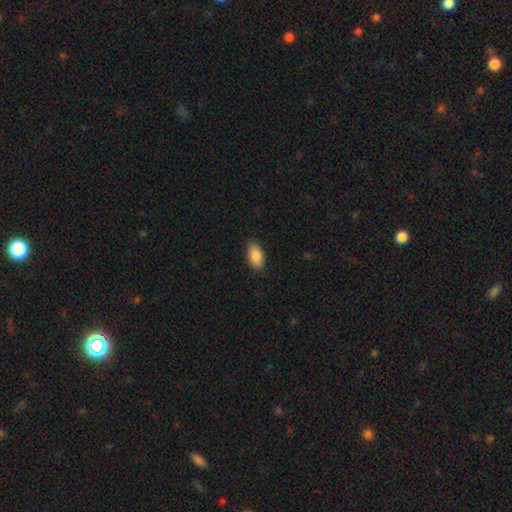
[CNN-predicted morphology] smooth-or-featured: smooth: 88% | star or artifact: 7% | featured or disk: 5%
  how-rounded: in between: 93% | round: 4% | cigar-shaped: 3%
  merging: none: 84% | minor disturbance: 12% | major disturbance: 2% | merger: 1%